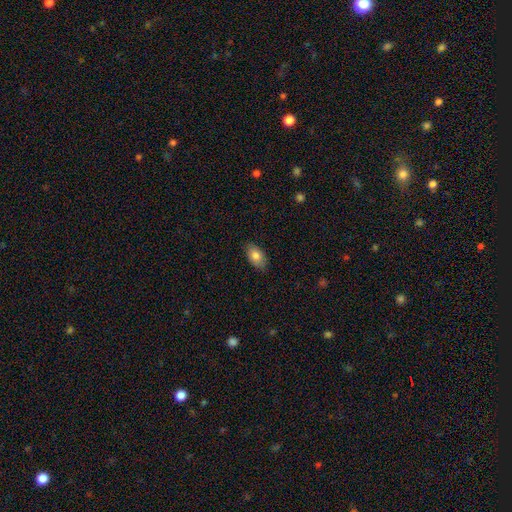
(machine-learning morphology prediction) A smooth galaxy with no disk features (81%) that is in between round and cigar-shaped (92%). Merging: none (86%).